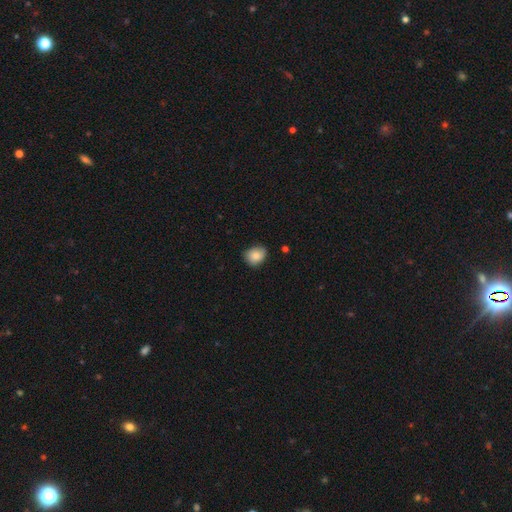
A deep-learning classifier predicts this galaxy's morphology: Overall: smooth (85%). How rounded: round (57%; in between 42%). Merging: none (75%).